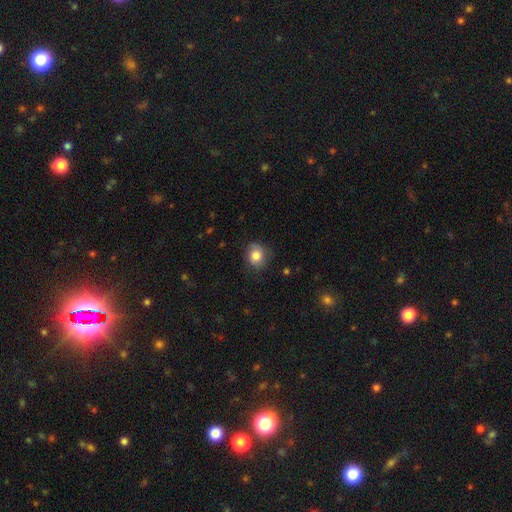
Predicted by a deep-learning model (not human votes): This appears to be a smooth galaxy with no disk features (82%) that is round (69%). Merging: none (78%).